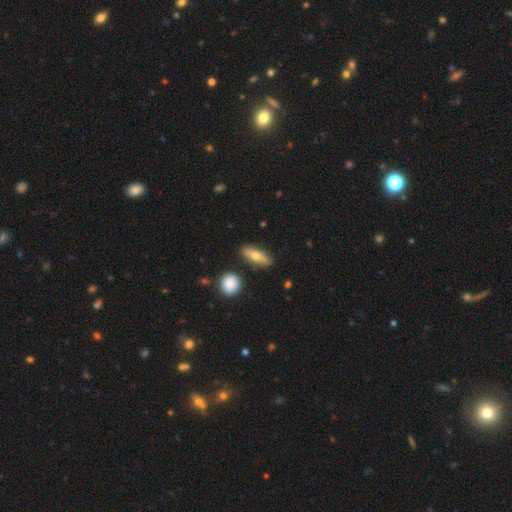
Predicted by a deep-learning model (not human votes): This appears to be a smooth galaxy with no disk features (57%) that is in between round and cigar-shaped (54%). Merging: none (83%).